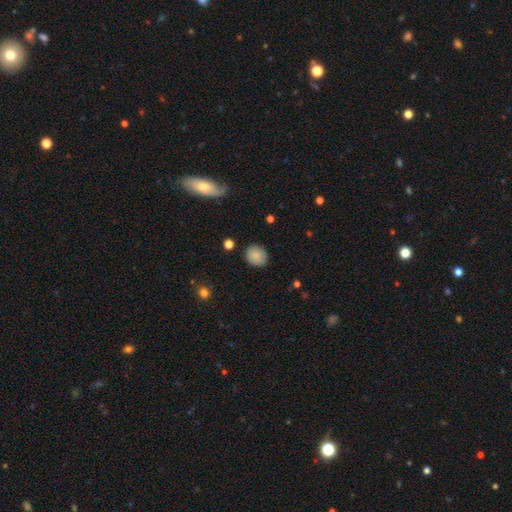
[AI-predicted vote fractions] This is clearly a smooth galaxy (86%). How rounded: likely round (79%). Merging: clearly none (87%).